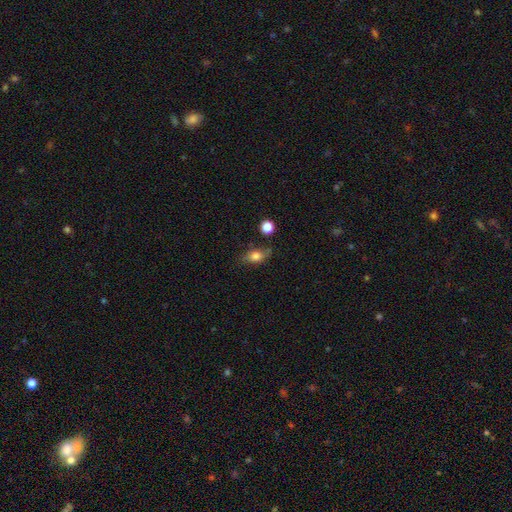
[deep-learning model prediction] Q: Smooth or featured?
A: smooth (75%); runner-up: featured or disk (15%)
Q: How rounded?
A: in between (73%); runner-up: round (21%)
Q: Merging?
A: none (67%); runner-up: minor disturbance (21%)